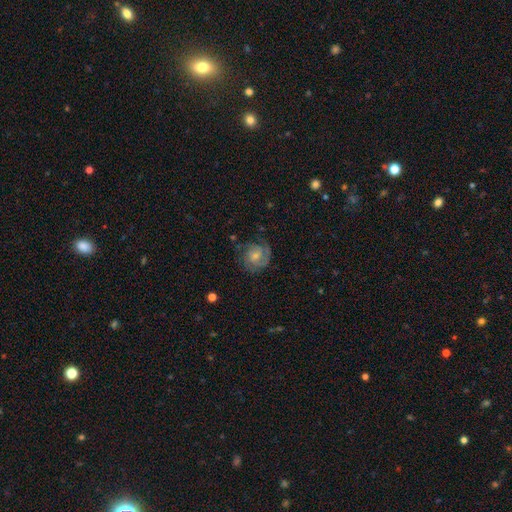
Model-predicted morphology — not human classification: smooth_or_featured: featured or disk (p=0.68) [alt: smooth p=0.24]
disk_edge_on: no (p=0.98) [alt: yes p=0.02]
bar: no (p=0.61) [alt: weak p=0.34]
has_spiral_arms: yes (p=0.91) [alt: no p=0.09]
spiral_winding: tight (p=0.53) [alt: medium p=0.35]
spiral_arm_count: 2 (p=0.37) [alt: can't tell p=0.27]
bulge_size: small (p=0.53) [alt: moderate p=0.36]
merging: none (p=0.67) [alt: minor disturbance p=0.20]